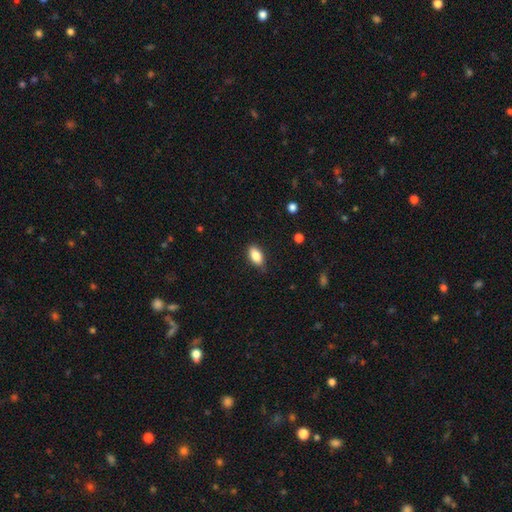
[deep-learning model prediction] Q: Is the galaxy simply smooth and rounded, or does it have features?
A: smooth — 84%.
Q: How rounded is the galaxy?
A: in between — 88%.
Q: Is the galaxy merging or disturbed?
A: none — 78%.